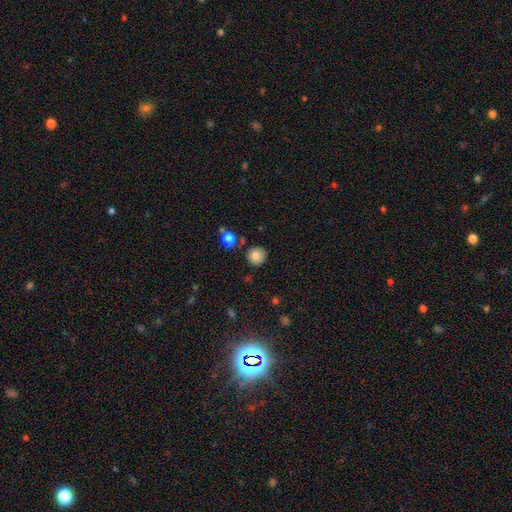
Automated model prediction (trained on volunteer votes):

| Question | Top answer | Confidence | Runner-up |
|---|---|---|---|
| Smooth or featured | smooth | 78% | featured or disk (12%) |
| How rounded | round | 93% | in between (6%) |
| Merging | none | 85% | minor disturbance (9%) |